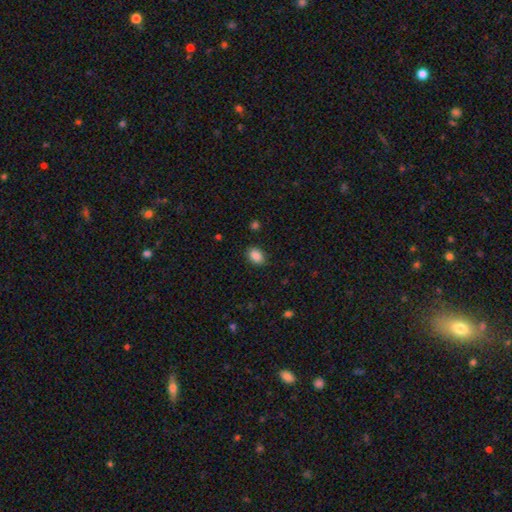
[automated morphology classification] Smooth or featured? smooth (88%)
How rounded? in between (79%)
Merging? none (87%)